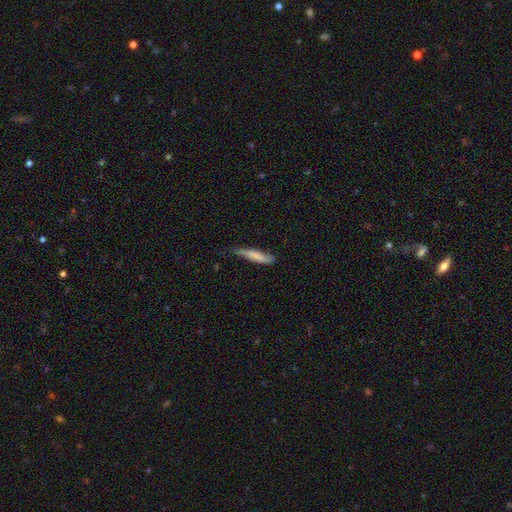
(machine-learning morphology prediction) Q: Smooth or featured?
A: smooth (77%); runner-up: featured or disk (17%)
Q: How rounded?
A: cigar-shaped (86%); runner-up: in between (12%)
Q: Merging?
A: none (63%); runner-up: minor disturbance (30%)